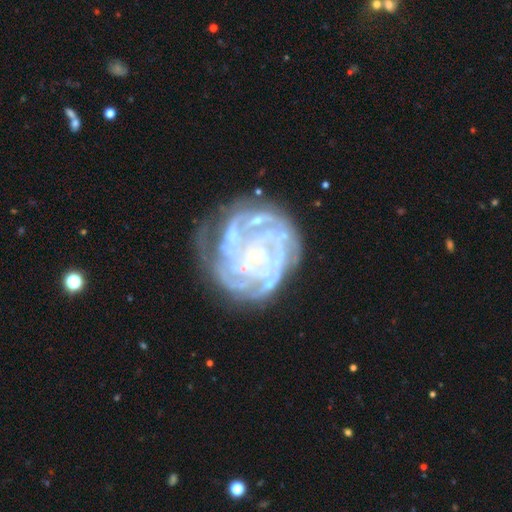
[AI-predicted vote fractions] smooth-or-featured: featured or disk: 86% | smooth: 7% | star or artifact: 7%
  disk-edge-on: no: 98% | yes: 2%
    bar: no: 74% | weak: 18% | strong: 7%
    has-spiral-arms: yes: 91% | no: 9%
      spiral-winding: tight: 75% | medium: 19% | loose: 6%
      spiral-arm-count: can't tell: 31% | 4: 23% | 3: 16% | more than 4: 13% | 2: 11% | 1: 7%
    bulge-size: small: 75% | none: 17% | moderate: 6% | large: 1% | dominant: 1%
  merging: none: 52% | minor disturbance: 23% | major disturbance: 18% | merger: 6%